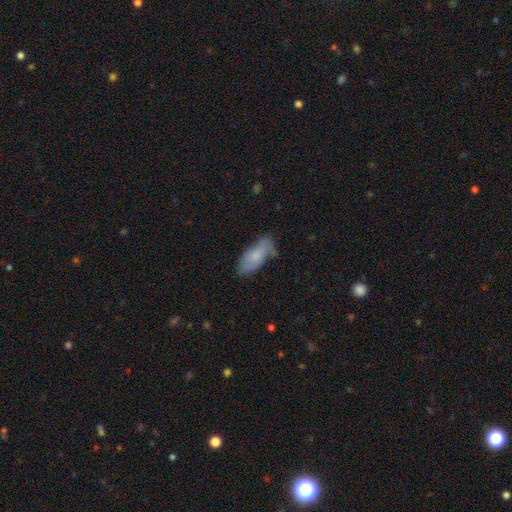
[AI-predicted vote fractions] Q: Smooth or featured?
A: smooth (71%); runner-up: featured or disk (22%)
Q: How rounded?
A: in between (83%); runner-up: cigar-shaped (15%)
Q: Merging?
A: none (61%); runner-up: minor disturbance (29%)